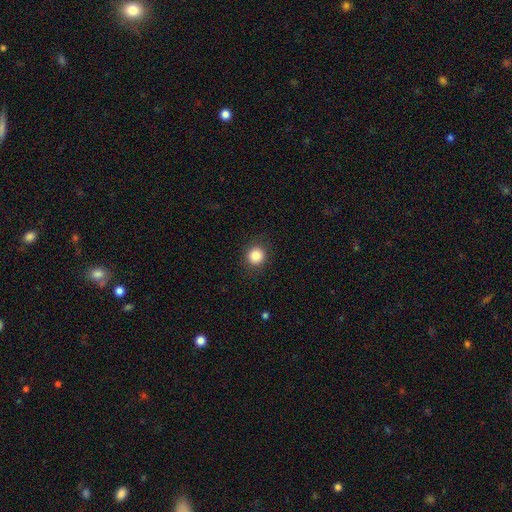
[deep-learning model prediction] Smooth or featured?
  - smooth: 85% *
  - star or artifact: 10%
  - featured or disk: 5%
How rounded?
  - round: 90% *
  - in between: 9%
  - cigar-shaped: 1%
Merging?
  - none: 89% *
  - minor disturbance: 7%
  - major disturbance: 3%
  - merger: 1%